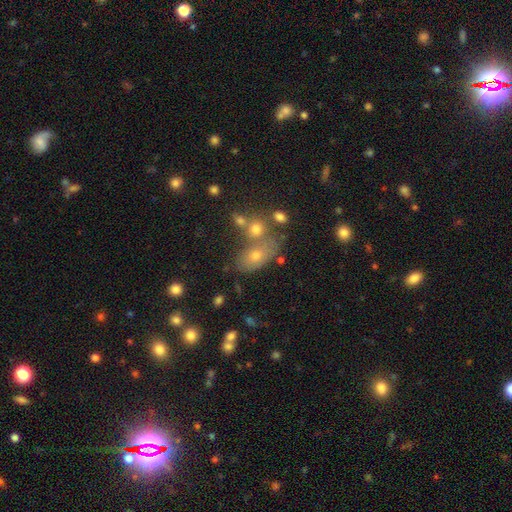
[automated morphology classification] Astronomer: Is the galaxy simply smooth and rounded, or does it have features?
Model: smooth — 67%.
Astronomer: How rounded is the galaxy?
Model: in between — 83%.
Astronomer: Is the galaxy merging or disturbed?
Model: none — 43% (runner-up: merger, 34%).